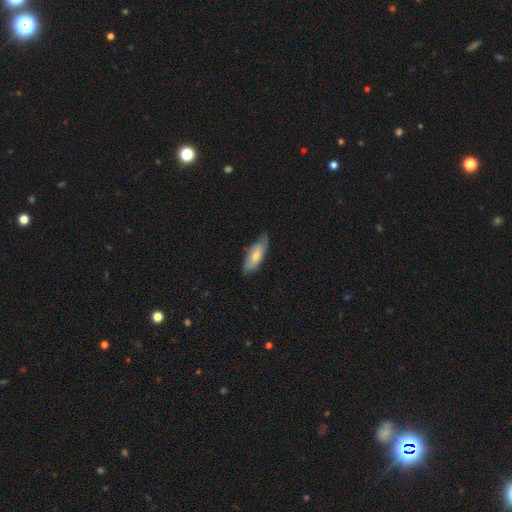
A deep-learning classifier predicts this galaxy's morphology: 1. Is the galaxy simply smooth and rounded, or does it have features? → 67% smooth, 28% featured or disk, 6% star or artifact.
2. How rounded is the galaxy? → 68% in between, 30% cigar-shaped, 2% round.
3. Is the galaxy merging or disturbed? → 63% none, 30% minor disturbance, 5% major disturbance, 1% merger.